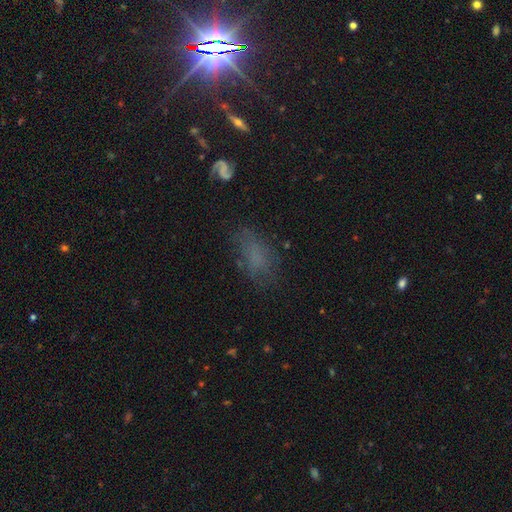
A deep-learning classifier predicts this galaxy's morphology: smooth-or-featured: smooth: 62% | star or artifact: 21% | featured or disk: 16%
  how-rounded: in between: 86% | round: 8% | cigar-shaped: 6%
  merging: none: 61% | minor disturbance: 22% | major disturbance: 14% | merger: 2%